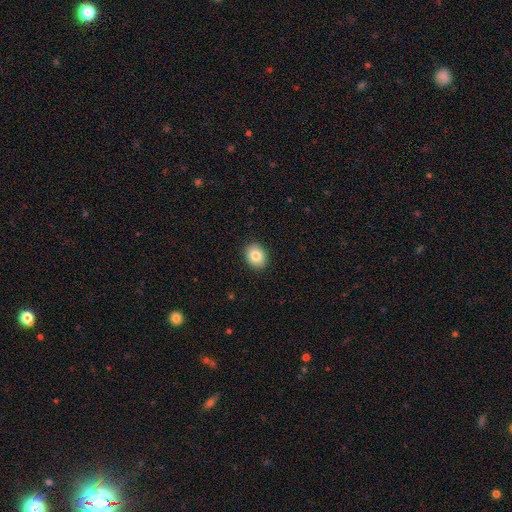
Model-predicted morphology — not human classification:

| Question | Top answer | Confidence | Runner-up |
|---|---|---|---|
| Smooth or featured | smooth | 84% | star or artifact (8%) |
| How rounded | in between | 55% | round (44%) |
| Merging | none | 91% | minor disturbance (7%) |